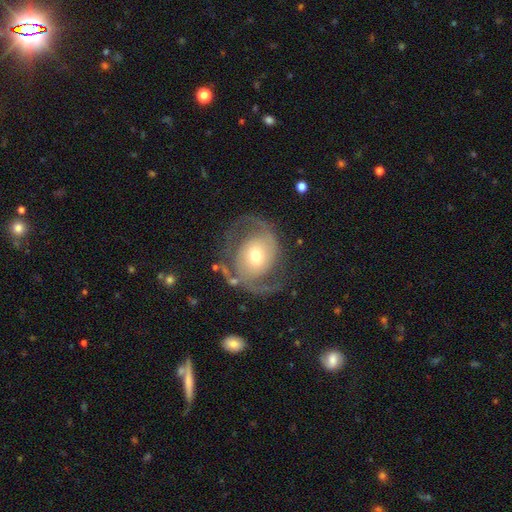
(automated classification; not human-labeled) Morphology: type=featured or disk (85%); edge-on=no (97%); bar=no (56%); spiral arms=yes (94%); winding=medium (53%); arm count=2 (91%); bulge=moderate (61%); merging=none (71%).